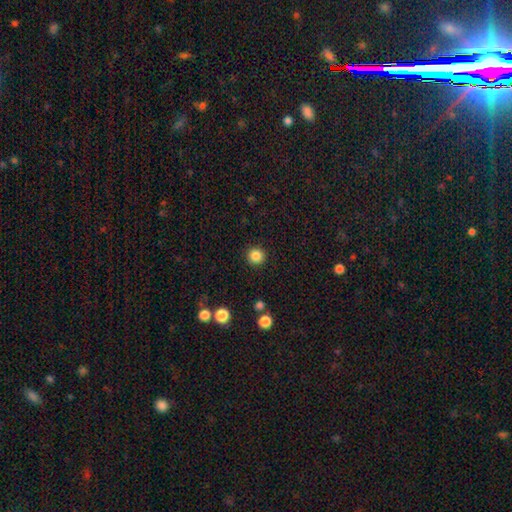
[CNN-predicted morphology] Smooth or featured?
  - smooth: 85% *
  - star or artifact: 11%
  - featured or disk: 4%
How rounded?
  - round: 95% *
  - in between: 4%
  - cigar-shaped: 1%
Merging?
  - none: 92% *
  - minor disturbance: 5%
  - major disturbance: 2%
  - merger: 1%